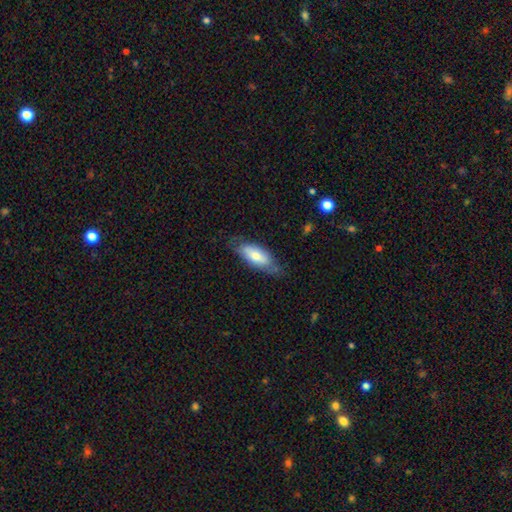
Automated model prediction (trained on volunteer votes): Overall: smooth (63%; featured or disk 31%). How rounded: in between (78%). Merging: none (64%; minor disturbance 26%).